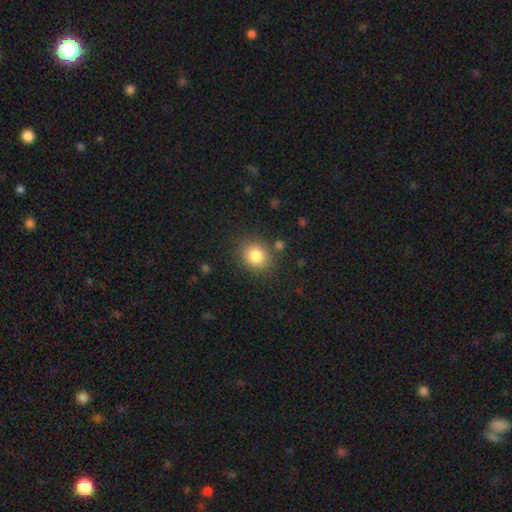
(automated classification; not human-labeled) smooth_or_featured: smooth (p=0.84) [alt: star or artifact p=0.10]
how_rounded: round (p=0.69) [alt: in between p=0.30]
merging: none (p=0.81) [alt: minor disturbance p=0.11]